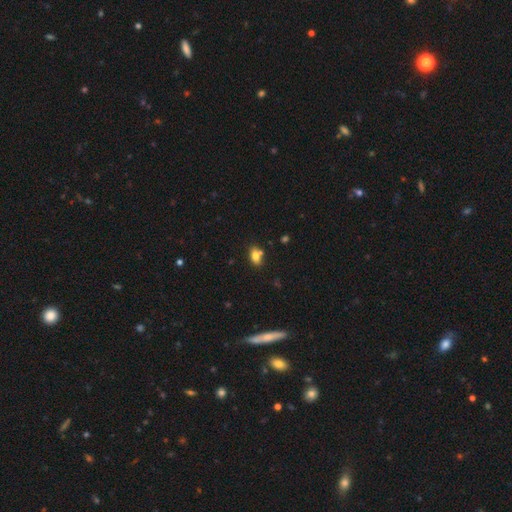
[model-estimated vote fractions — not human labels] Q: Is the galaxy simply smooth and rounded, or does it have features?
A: smooth — 76%.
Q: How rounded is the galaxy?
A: in between — 77%.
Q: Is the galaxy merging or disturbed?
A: none — 60%.